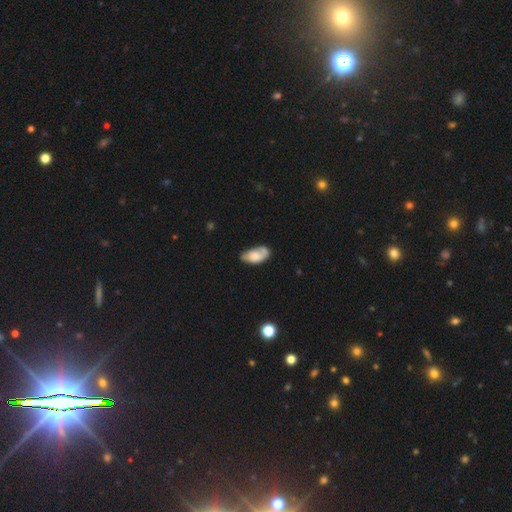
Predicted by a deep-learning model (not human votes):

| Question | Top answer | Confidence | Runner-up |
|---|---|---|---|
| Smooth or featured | smooth | 66% | featured or disk (26%) |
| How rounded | in between | 93% | cigar-shaped (4%) |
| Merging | none | 49% | minor disturbance (29%) |